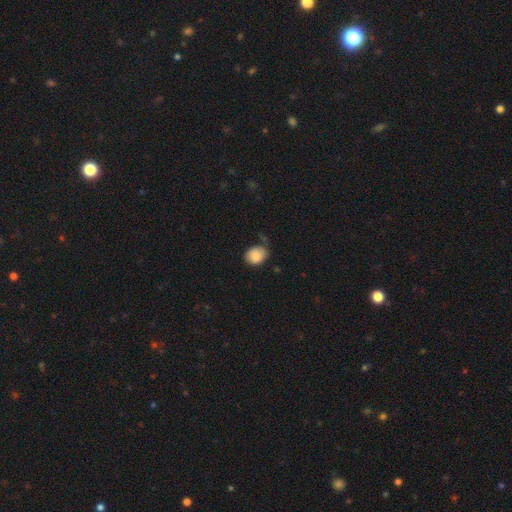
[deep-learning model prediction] Overall: smooth (85%). How rounded: in between (52%; round 47%). Merging: none (53%; minor disturbance 32%).